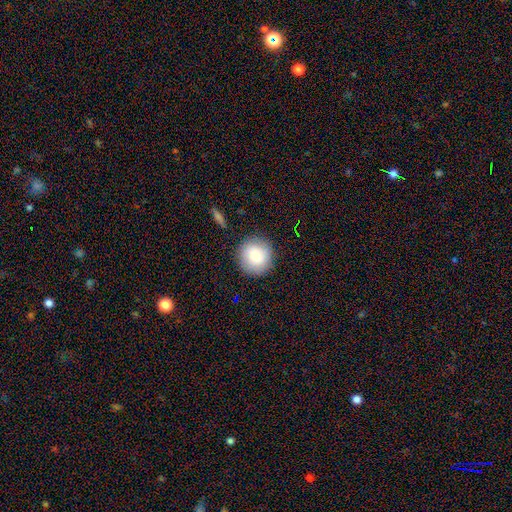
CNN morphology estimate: Smooth or featured? Predicted: smooth (p=0.78). How rounded? Predicted: round (p=0.93). Merging? Predicted: none (p=0.89).